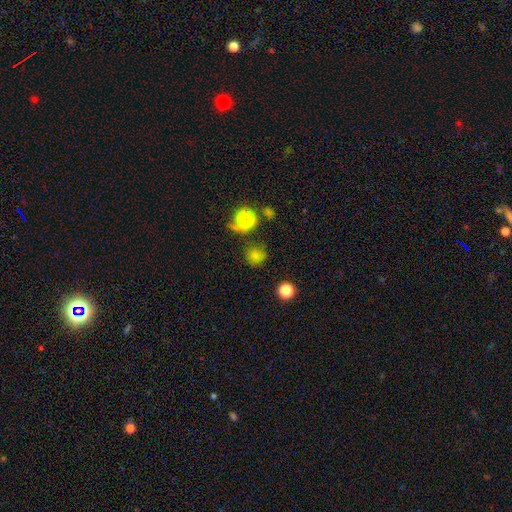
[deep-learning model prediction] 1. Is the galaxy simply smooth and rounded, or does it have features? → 72% smooth, 22% star or artifact, 7% featured or disk.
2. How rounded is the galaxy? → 88% round, 11% in between, 1% cigar-shaped.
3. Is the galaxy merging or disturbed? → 72% none, 16% minor disturbance, 7% major disturbance, 5% merger.